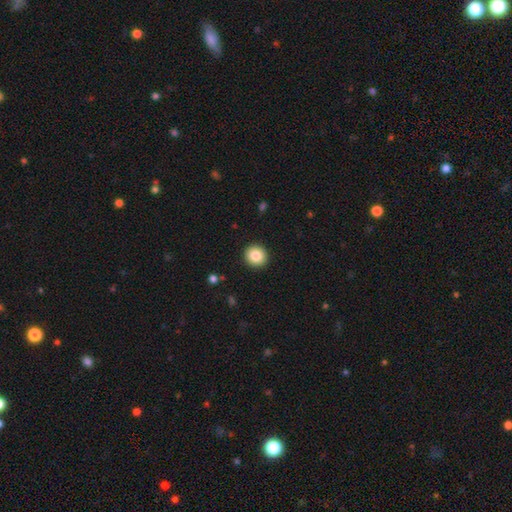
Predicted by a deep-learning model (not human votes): Q: Smooth or featured?
A: smooth (85%); runner-up: star or artifact (9%)
Q: How rounded?
A: round (91%); runner-up: in between (8%)
Q: Merging?
A: none (92%); runner-up: minor disturbance (5%)